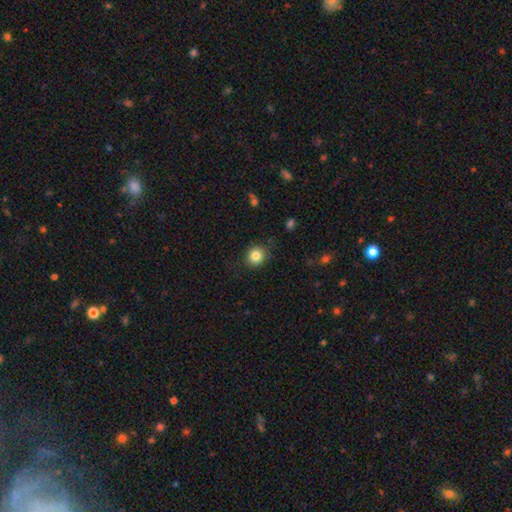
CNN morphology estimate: Smooth or featured: smooth — 84% (star or artifact — 10%)
How rounded: round — 83% (in between — 16%)
Merging: none — 85% (minor disturbance — 11%)